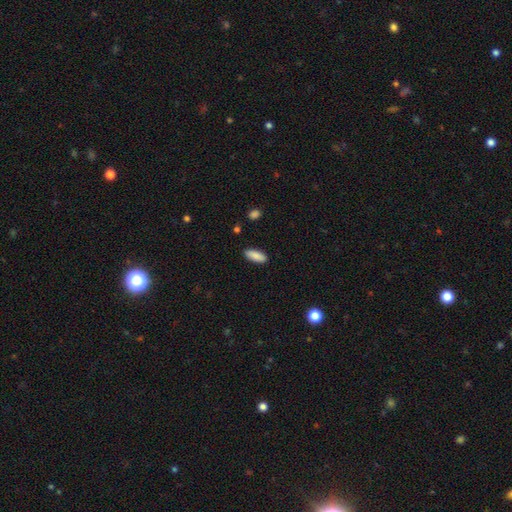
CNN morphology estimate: smooth 89%, star or artifact 6%, featured or disk 5%. Down the decision tree: how rounded — in between (75%); merging — none (88%).